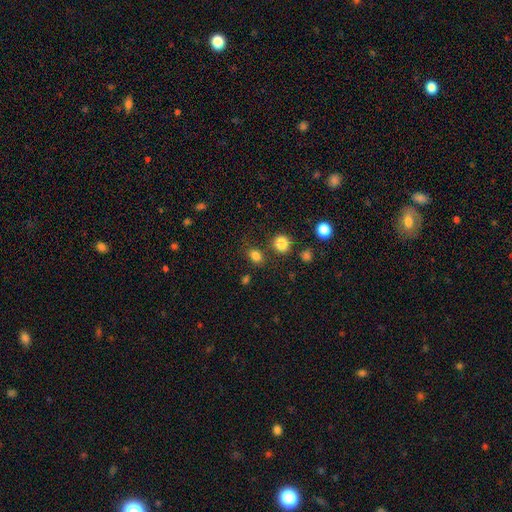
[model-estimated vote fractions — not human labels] Smooth or featured: smooth — 81% (star or artifact — 14%)
How rounded: in between — 53% (round — 46%)
Merging: none — 73% (minor disturbance — 13%)